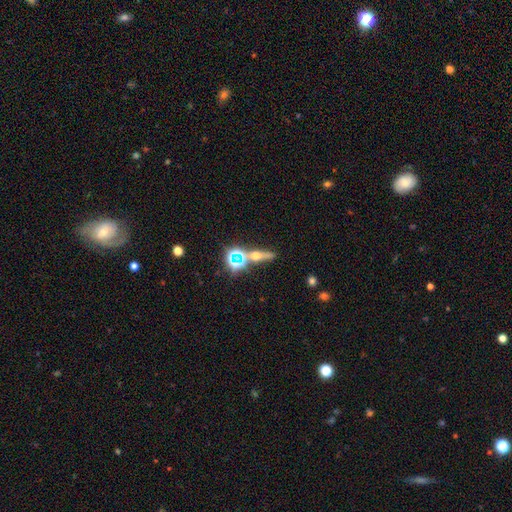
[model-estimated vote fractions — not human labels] Smooth or featured: featured or disk — 37% (smooth — 33%)
Merging: none — 64% (merger — 20%)